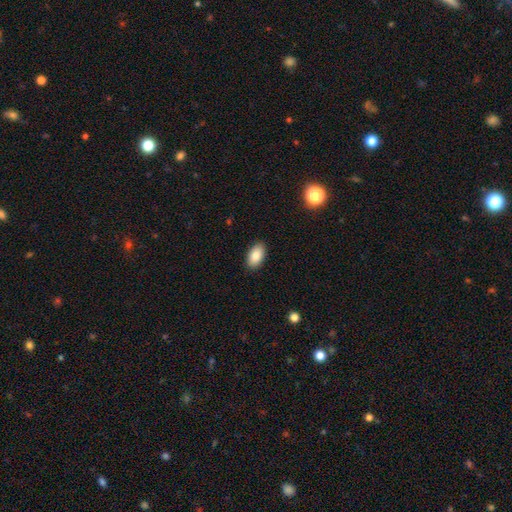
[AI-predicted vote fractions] Morphology: type=smooth (86%); roundness=in between (94%); merging=none (89%).